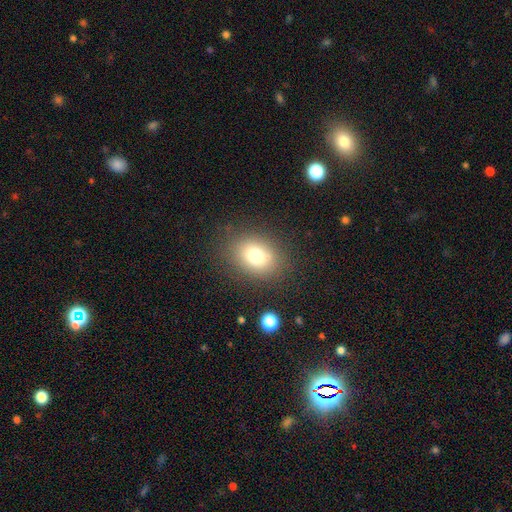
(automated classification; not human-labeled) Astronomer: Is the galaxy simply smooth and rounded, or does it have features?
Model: smooth — 74%.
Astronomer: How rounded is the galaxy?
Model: in between — 55% (runner-up: round, 44%).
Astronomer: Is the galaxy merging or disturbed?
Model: none — 79%.